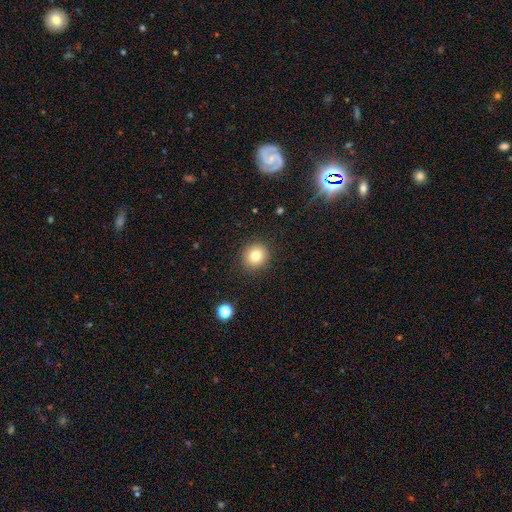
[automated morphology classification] smooth-or-featured: smooth: 81% | star or artifact: 11% | featured or disk: 8%
  how-rounded: round: 87% | in between: 12% | cigar-shaped: 1%
  merging: none: 90% | minor disturbance: 7% | major disturbance: 2% | merger: 1%